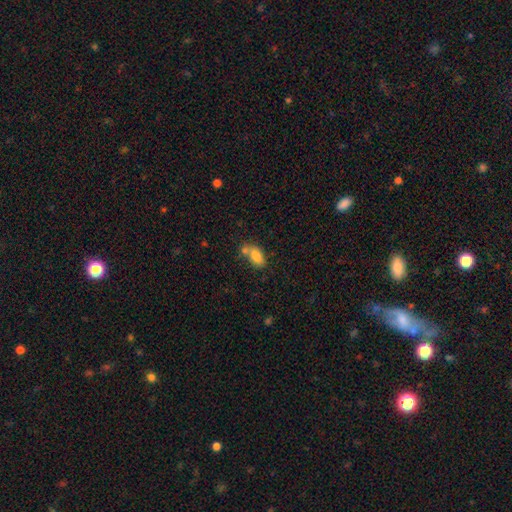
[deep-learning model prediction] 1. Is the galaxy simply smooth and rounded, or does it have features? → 83% smooth, 9% star or artifact, 9% featured or disk.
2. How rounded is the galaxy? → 89% in between, 7% round, 4% cigar-shaped.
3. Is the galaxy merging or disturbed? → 47% none, 32% merger, 16% minor disturbance, 5% major disturbance.